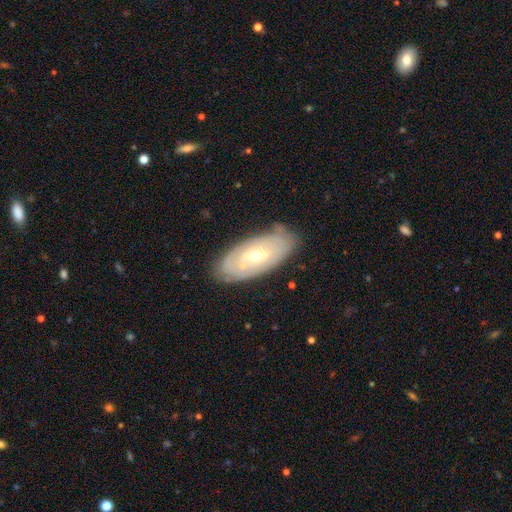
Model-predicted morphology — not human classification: smooth_or_featured: featured or disk (p=0.58) [alt: smooth p=0.35]
disk_edge_on: no (p=0.87) [alt: yes p=0.13]
bar: no (p=0.70) [alt: weak p=0.24]
has_spiral_arms: no (p=0.52) [alt: yes p=0.48]
bulge_size: moderate (p=0.51) [alt: small p=0.45]
merging: none (p=0.69) [alt: minor disturbance p=0.18]